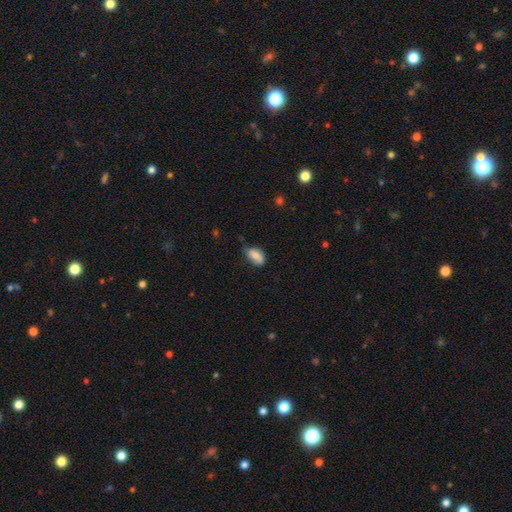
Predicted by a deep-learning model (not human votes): Overall: smooth (75%). How rounded: in between (89%). Merging: none (53%; minor disturbance 36%).